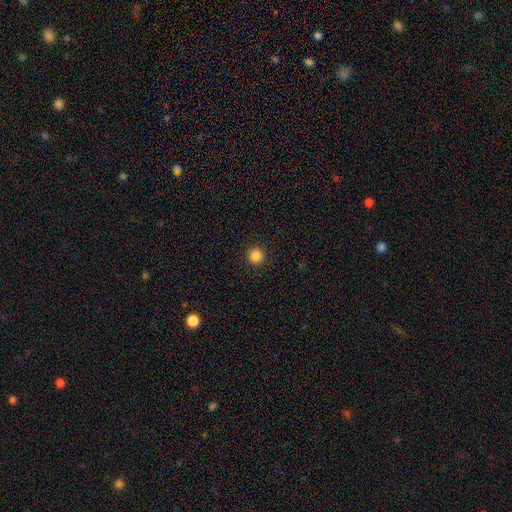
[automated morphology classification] Smooth or featured? smooth (86%)
How rounded? round (94%)
Merging? none (92%)